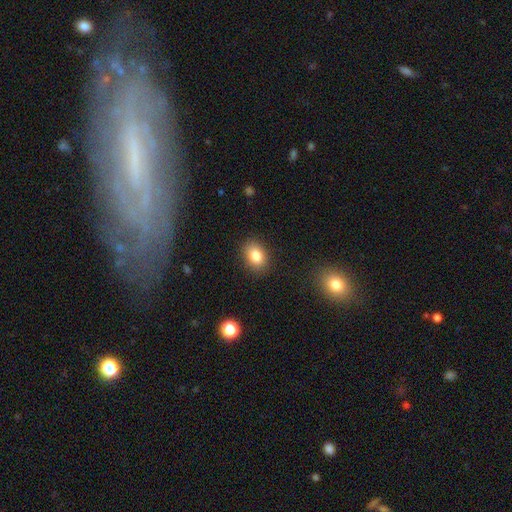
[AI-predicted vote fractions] The model was most divided on "how rounded": in between: 71%, round: 28%, cigar-shaped: 1%. More confident: merging — none (87%); smooth or featured — smooth (84%).